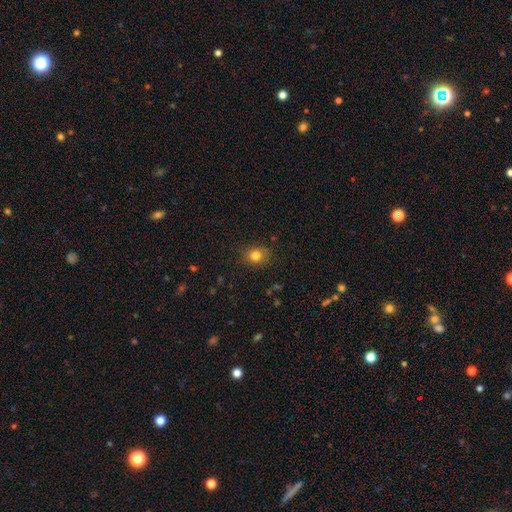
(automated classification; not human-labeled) Overall: smooth (81%). How rounded: round (70%). Merging: none (86%).